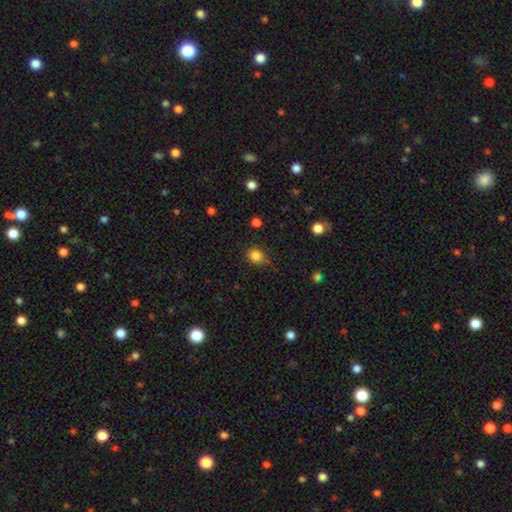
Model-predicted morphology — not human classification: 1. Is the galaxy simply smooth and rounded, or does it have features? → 83% smooth, 12% star or artifact, 5% featured or disk.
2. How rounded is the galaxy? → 70% round, 29% in between, 1% cigar-shaped.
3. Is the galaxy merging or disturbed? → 67% none, 26% minor disturbance, 5% major disturbance, 2% merger.